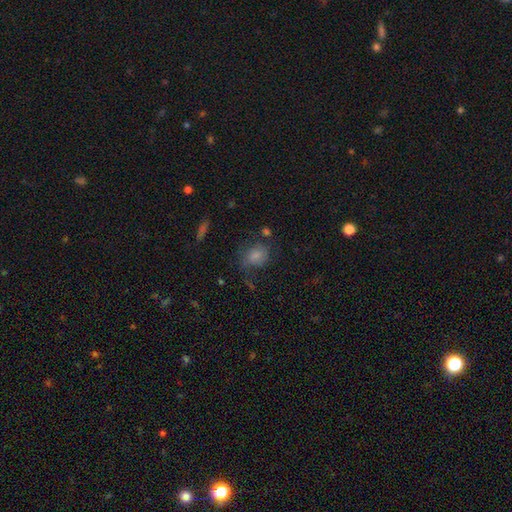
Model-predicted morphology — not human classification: Smooth or featured? smooth (70%)
How rounded? round (51%)
Merging? none (47%)